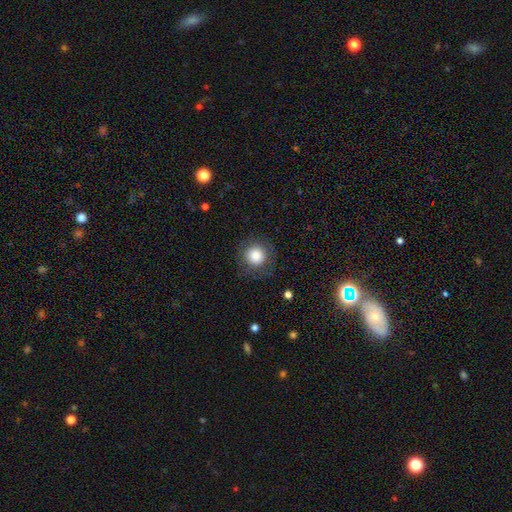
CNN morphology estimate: Smooth or featured?
  - smooth: 84% *
  - star or artifact: 9%
  - featured or disk: 6%
How rounded?
  - round: 94% *
  - in between: 5%
  - cigar-shaped: 1%
Merging?
  - none: 85% *
  - minor disturbance: 10%
  - major disturbance: 4%
  - merger: 1%